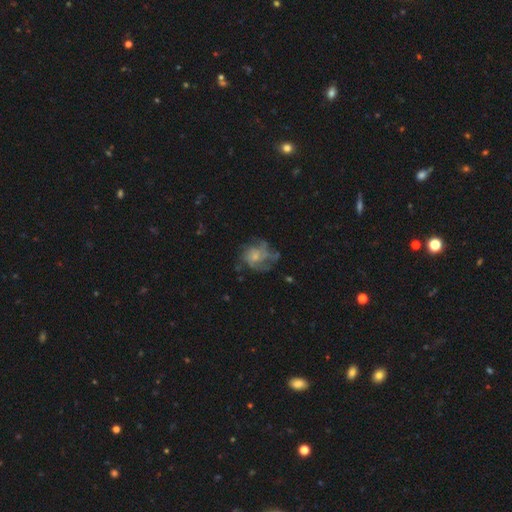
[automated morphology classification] Q: Smooth or featured?
A: featured or disk (60%); runner-up: smooth (29%)
Q: Edge-on disk?
A: no (98%); runner-up: yes (2%)
Q: Bar?
A: no (80%); runner-up: weak (17%)
Q: Spiral arms?
A: yes (65%); runner-up: no (35%)
Q: Bulge size?
A: small (53%); runner-up: moderate (29%)
Q: Merging?
A: none (49%); runner-up: major disturbance (26%)